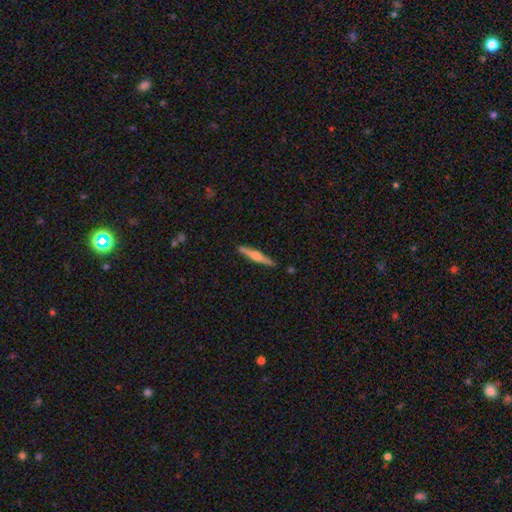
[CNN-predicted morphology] Smooth or featured?
  - featured or disk: 62% *
  - smooth: 33%
  - star or artifact: 6%
Edge-on disk?
  - yes: 98% *
  - no: 2%
Edge-on bulge?
  - rounded: 84% *
  - boxy: 10%
  - none: 6%
Merging?
  - none: 89% *
  - minor disturbance: 8%
  - merger: 2%
  - major disturbance: 2%